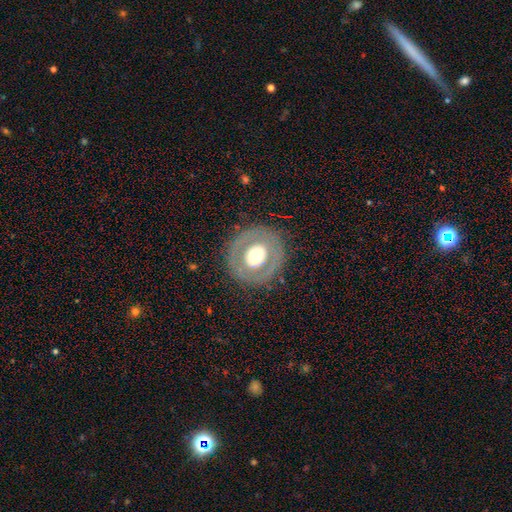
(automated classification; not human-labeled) A featured or disk galaxy (48%).

Vote fractions:
- Smooth or featured? featured or disk: 48% / smooth: 44% / star or artifact: 8%
- Merging? none: 83% / minor disturbance: 9% / major disturbance: 6% / merger: 1%